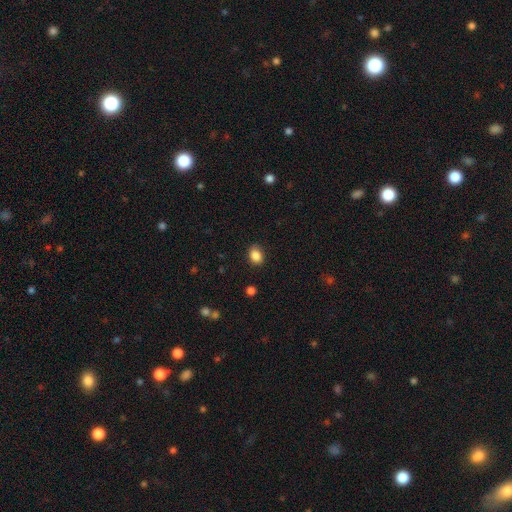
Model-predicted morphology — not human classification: smooth_or_featured: smooth (p=0.87) [alt: star or artifact p=0.09]
how_rounded: in between (p=0.64) [alt: round p=0.35]
merging: none (p=0.83) [alt: minor disturbance p=0.13]